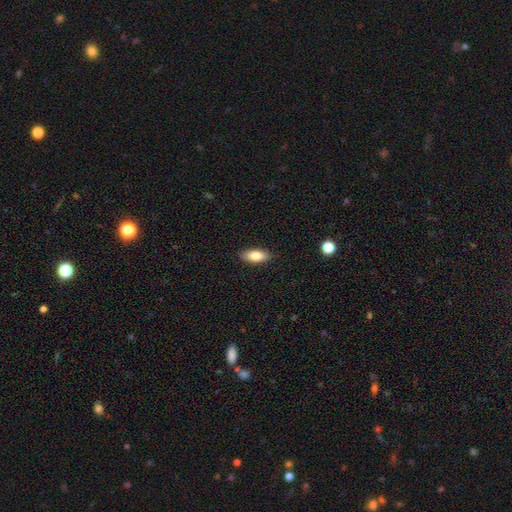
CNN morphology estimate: type=smooth (80%); roundness=in between (84%); merging=none (89%).